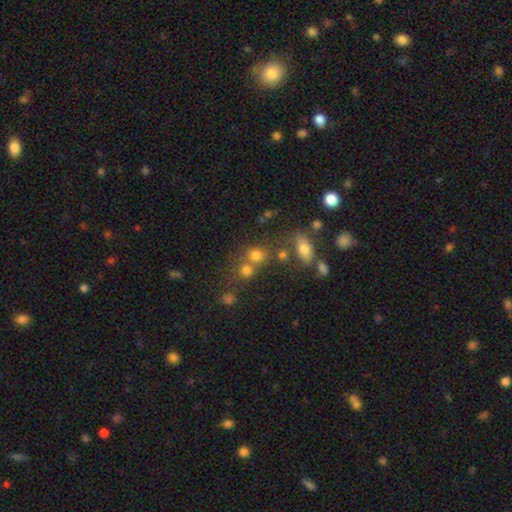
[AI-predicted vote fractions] smooth 72%, star or artifact 18%, featured or disk 11%. Down the decision tree: how rounded — round (76%); merging — none (50%).